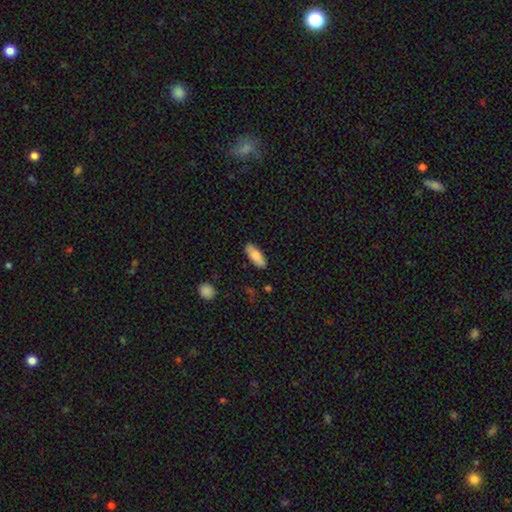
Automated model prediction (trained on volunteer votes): This appears to be a smooth galaxy with no disk features (82%) that is in between round and cigar-shaped (76%). Merging: none (85%).